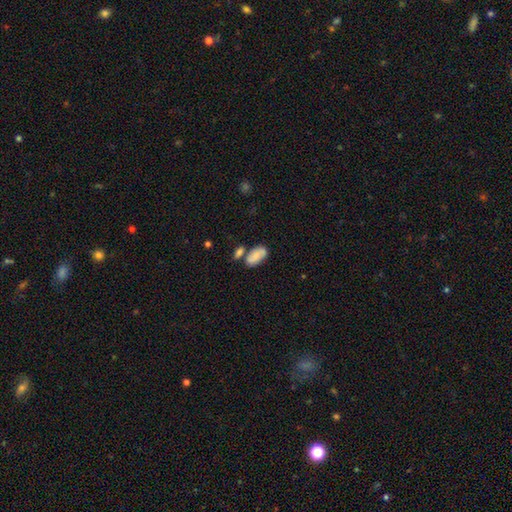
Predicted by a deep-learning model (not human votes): Q: Smooth or featured?
A: smooth (78%); runner-up: featured or disk (15%)
Q: How rounded?
A: in between (92%); runner-up: cigar-shaped (4%)
Q: Merging?
A: none (47%); runner-up: merger (30%)